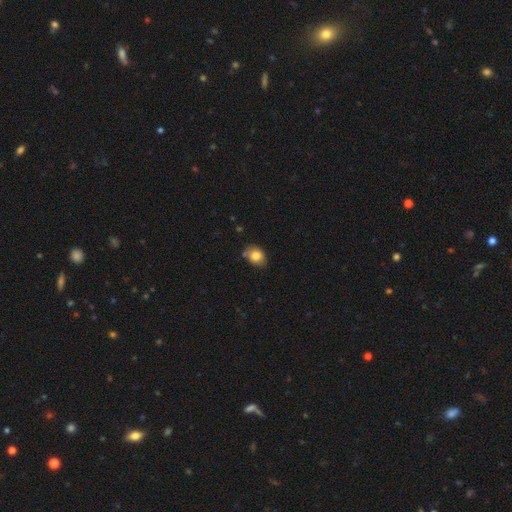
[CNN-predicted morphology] Smooth or featured?
  - smooth: 81% *
  - featured or disk: 10%
  - star or artifact: 9%
How rounded?
  - in between: 59% *
  - round: 40%
  - cigar-shaped: 1%
Merging?
  - none: 71% *
  - minor disturbance: 21%
  - merger: 4%
  - major disturbance: 4%